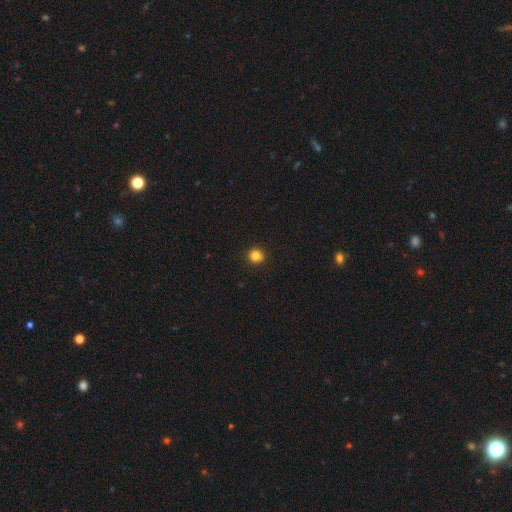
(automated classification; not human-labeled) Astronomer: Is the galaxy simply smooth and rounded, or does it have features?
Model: smooth — 84%.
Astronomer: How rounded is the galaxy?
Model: round — 92%.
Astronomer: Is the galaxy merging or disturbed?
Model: none — 93%.